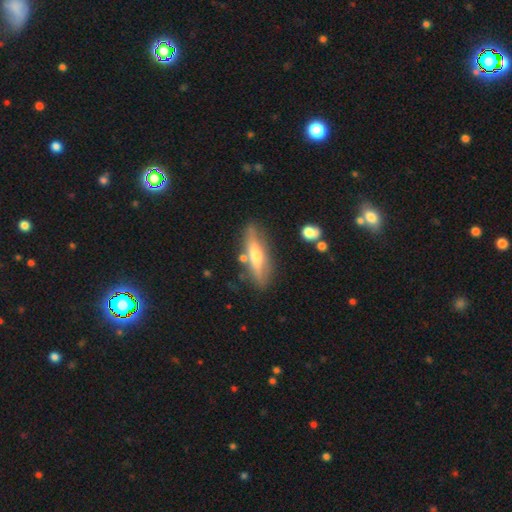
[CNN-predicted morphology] Overall: featured or disk (51%; smooth 42%). Edge-on disk: yes (82%). Merging: none (78%).